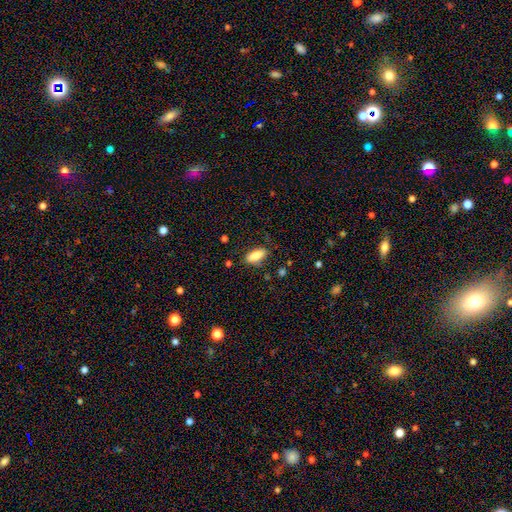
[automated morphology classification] Q: Smooth or featured?
A: smooth (84%); runner-up: featured or disk (9%)
Q: How rounded?
A: in between (84%); runner-up: cigar-shaped (13%)
Q: Merging?
A: none (78%); runner-up: minor disturbance (16%)